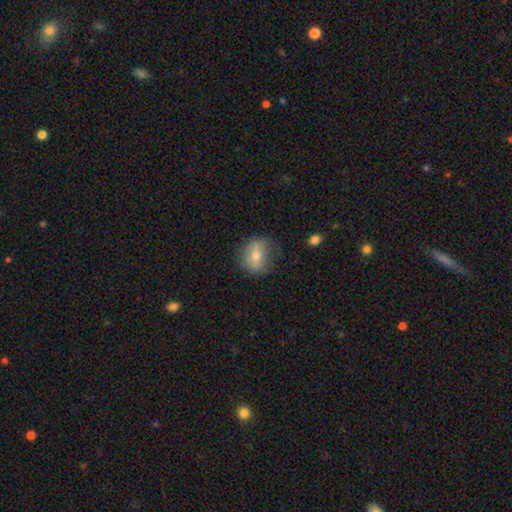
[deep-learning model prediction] smooth 59%, featured or disk 32%, star or artifact 9%. Down the decision tree: how rounded — round (63%); merging — none (71%).